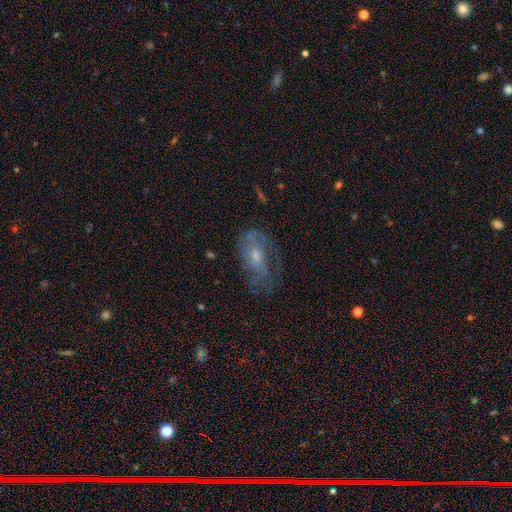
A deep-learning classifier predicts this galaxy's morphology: The model was most divided on "bulge size": small: 48%, moderate: 44%, none: 4%, large: 3%, dominant: 1%. More confident: edge-on disk — no (92%); bar — no (70%); spiral arms — yes (67%); smooth or featured — featured or disk (58%); merging — none (54%).